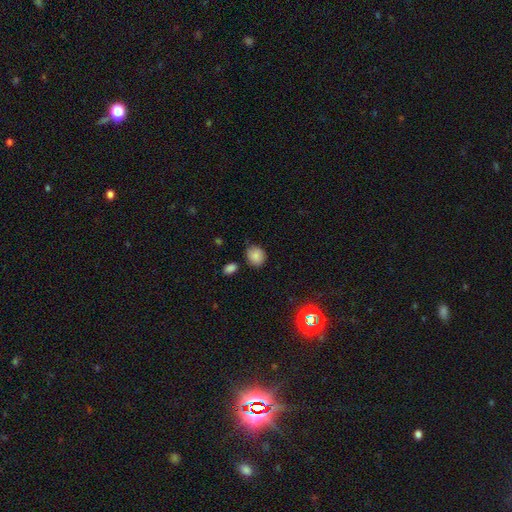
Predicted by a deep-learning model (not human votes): smooth_or_featured: smooth (p=0.85) [alt: star or artifact p=0.10]
how_rounded: round (p=0.75) [alt: in between p=0.24]
merging: none (p=0.76) [alt: minor disturbance p=0.16]